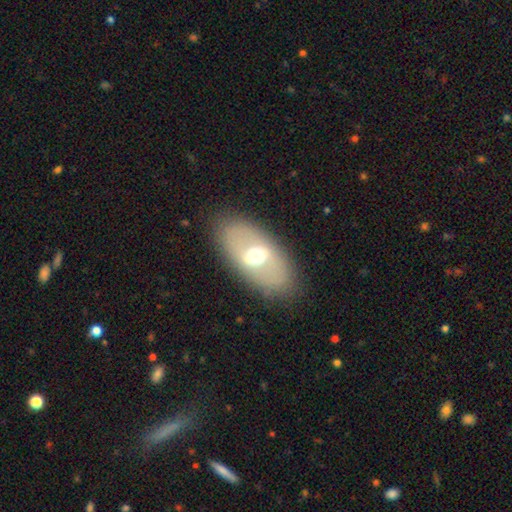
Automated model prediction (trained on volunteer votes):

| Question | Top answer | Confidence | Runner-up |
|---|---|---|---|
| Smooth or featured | smooth | 47% | featured or disk (45%) |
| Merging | none | 87% | minor disturbance (9%) |